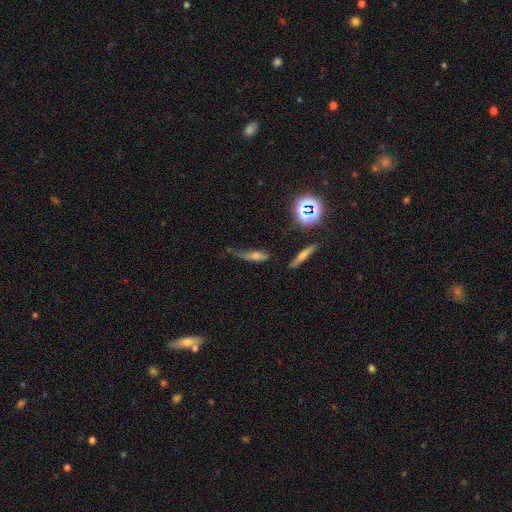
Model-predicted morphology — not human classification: A smooth galaxy with no disk features (54%) that is cigar-shaped (53%).

Vote fractions:
- Smooth or featured? smooth: 54% / featured or disk: 29% / star or artifact: 17%
- How rounded? cigar-shaped: 53% / in between: 40% / round: 7%
- Merging? none: 35% / minor disturbance: 34% / major disturbance: 24% / merger: 6%